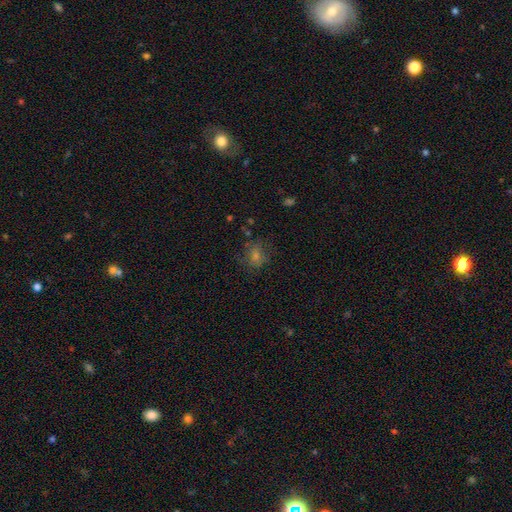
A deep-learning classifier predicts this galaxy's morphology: This is possibly a smooth galaxy (53%). How rounded: likely round (68%). Merging: likely none (71%).